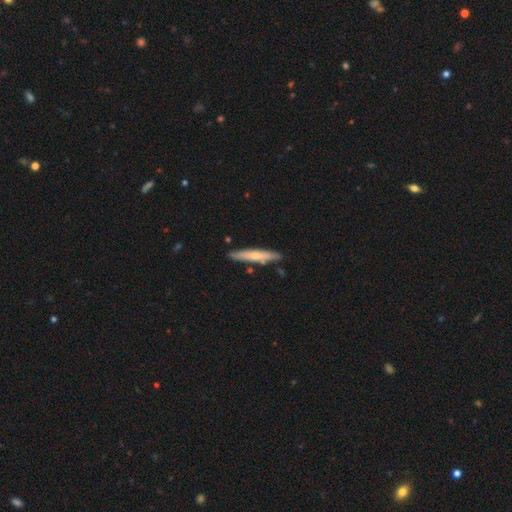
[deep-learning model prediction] Morphology: type=smooth (57%); roundness=cigar-shaped (91%); merging=none (83%).